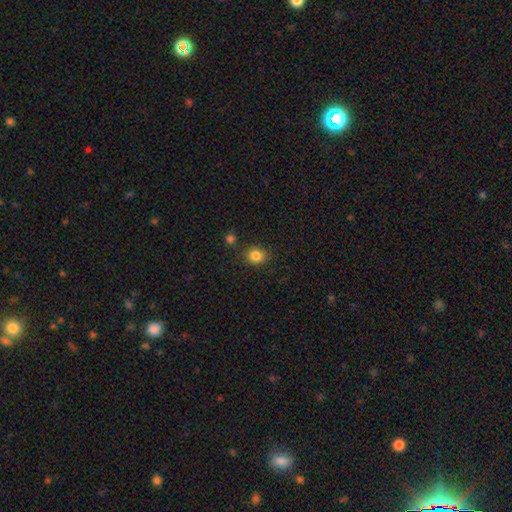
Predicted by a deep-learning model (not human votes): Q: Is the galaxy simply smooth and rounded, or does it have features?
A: smooth — 84%.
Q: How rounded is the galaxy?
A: round — 76%.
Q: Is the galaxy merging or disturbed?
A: none — 83%.